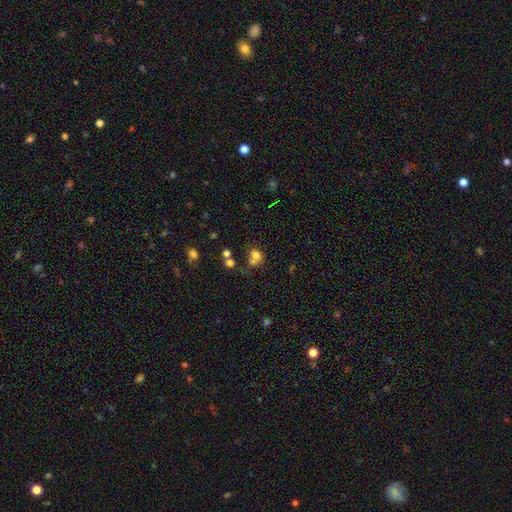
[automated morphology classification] Smooth or featured? Predicted: smooth (p=0.73). How rounded? Predicted: round (p=0.66). Merging? Predicted: none (p=0.40).